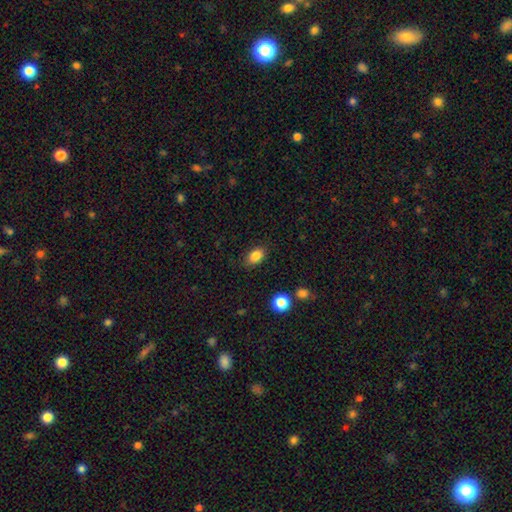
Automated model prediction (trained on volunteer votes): Morphology: type=smooth (84%); roundness=in between (83%); merging=none (85%).